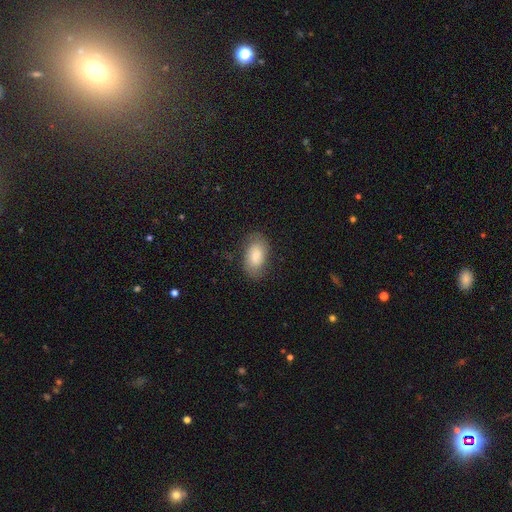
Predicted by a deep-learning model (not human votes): Smooth or featured? smooth (76%)
How rounded? in between (93%)
Merging? none (78%)